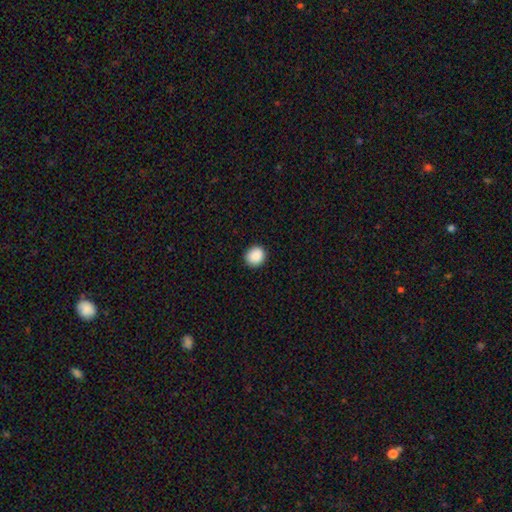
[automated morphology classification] Smooth or featured? smooth (89%)
How rounded? round (84%)
Merging? none (91%)